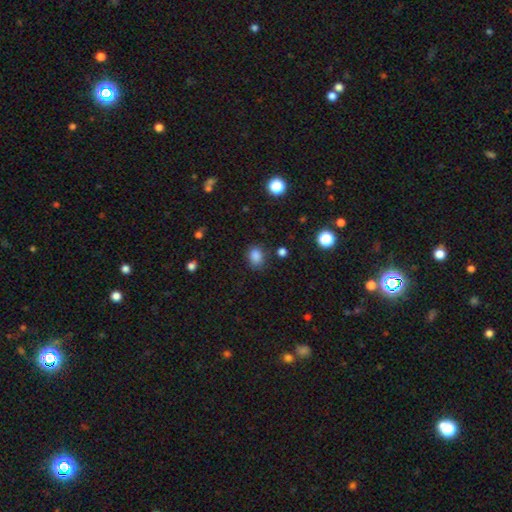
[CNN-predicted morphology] This appears to be a smooth galaxy with no disk features (83%) that is in between round and cigar-shaped (55%). Merging: none (77%).